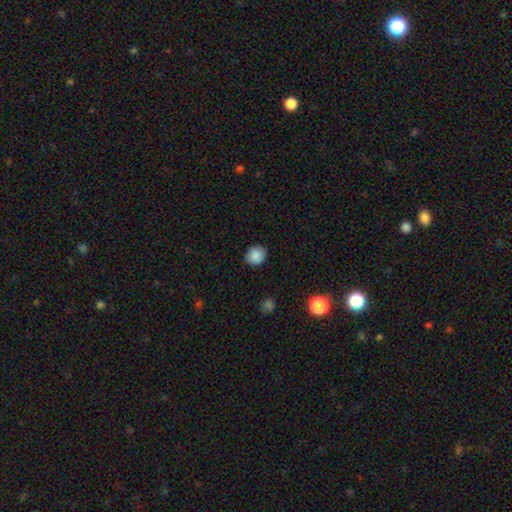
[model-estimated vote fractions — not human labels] The model was most divided on "how rounded": round: 73%, in between: 26%, cigar-shaped: 1%. More confident: smooth or featured — smooth (87%); merging — none (85%).